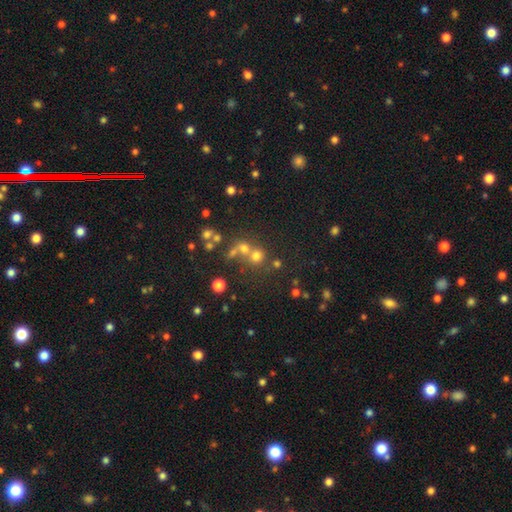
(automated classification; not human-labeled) smooth 51%, star or artifact 32%, featured or disk 17%. Down the decision tree: how rounded — round (84%); merging — none (49%).